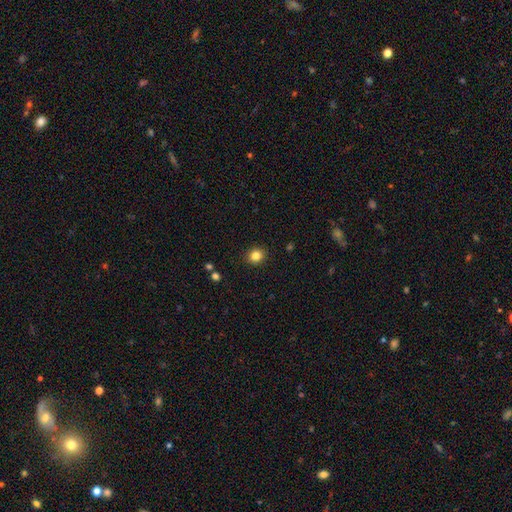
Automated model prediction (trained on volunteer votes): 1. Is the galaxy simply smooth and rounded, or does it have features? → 84% smooth, 11% star or artifact, 5% featured or disk.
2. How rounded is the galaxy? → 68% round, 32% in between, 1% cigar-shaped.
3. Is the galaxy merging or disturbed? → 90% none, 7% minor disturbance, 2% major disturbance, 1% merger.